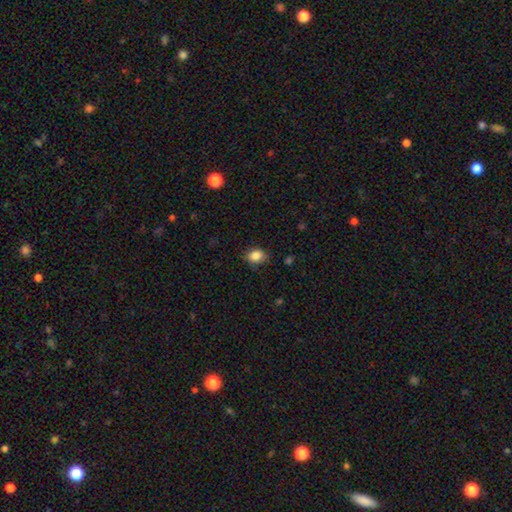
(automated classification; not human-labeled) smooth_or_featured: smooth (p=0.86) [alt: star or artifact p=0.09]
how_rounded: in between (p=0.57) [alt: round p=0.42]
merging: none (p=0.77) [alt: minor disturbance p=0.18]